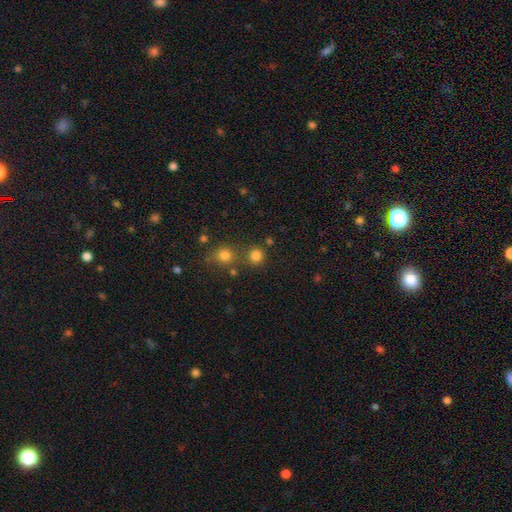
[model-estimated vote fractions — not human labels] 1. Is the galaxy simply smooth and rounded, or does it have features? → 80% smooth, 15% star or artifact, 5% featured or disk.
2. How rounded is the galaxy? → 91% round, 8% in between, 1% cigar-shaped.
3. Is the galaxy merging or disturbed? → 74% none, 15% merger, 8% minor disturbance, 3% major disturbance.